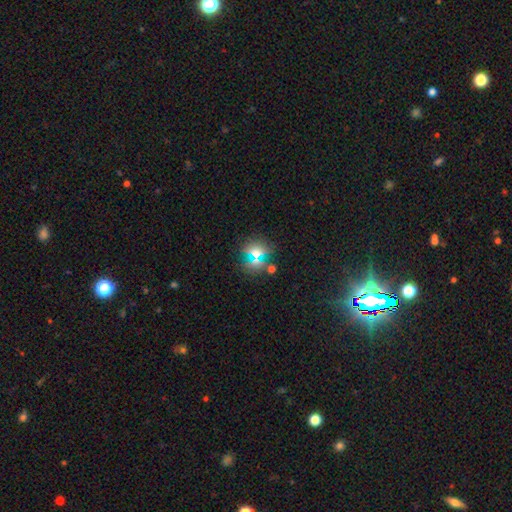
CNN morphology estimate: Smooth or featured? Predicted: smooth (p=0.53). How rounded? Predicted: round (p=0.75). Merging? Predicted: none (p=0.71).